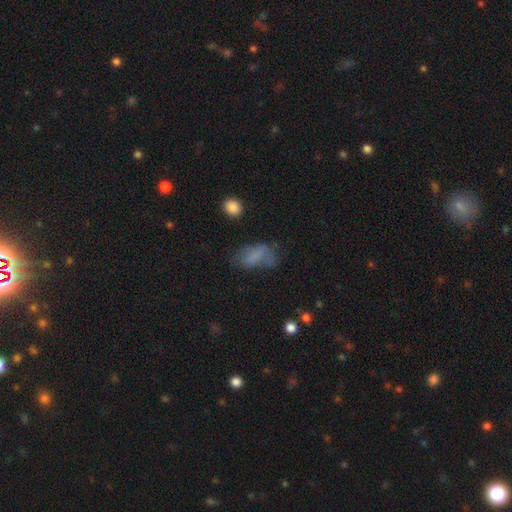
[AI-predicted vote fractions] Morphology: type=smooth (69%); roundness=in between (89%); merging=none (40%).